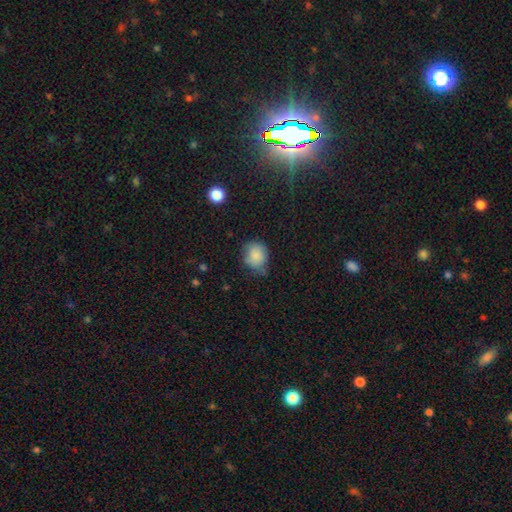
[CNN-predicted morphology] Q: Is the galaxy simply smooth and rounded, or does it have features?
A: smooth — 84%.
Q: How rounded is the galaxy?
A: round — 64%.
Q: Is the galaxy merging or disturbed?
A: none — 53%.